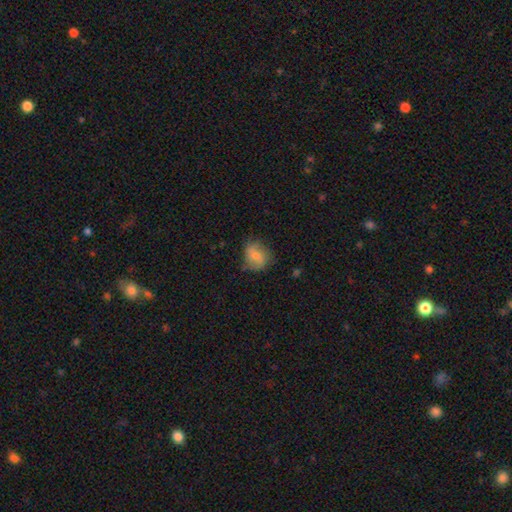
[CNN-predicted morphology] The model was most divided on "how rounded": round: 56%, in between: 42%, cigar-shaped: 1%. More confident: smooth or featured — smooth (65%); merging — none (59%).